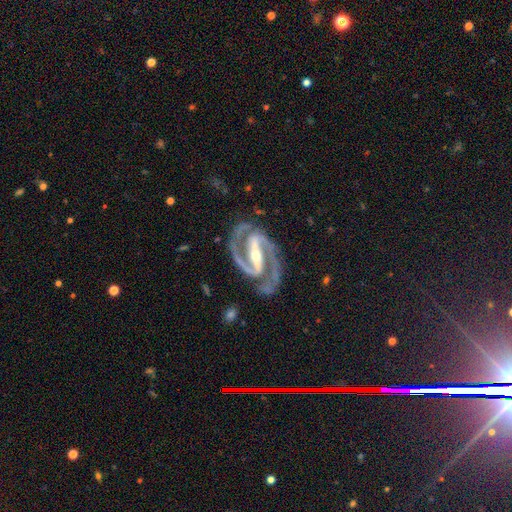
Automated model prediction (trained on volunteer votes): Smooth or featured: featured or disk — 95% (star or artifact — 3%)
Edge-on disk: no — 97% (yes — 3%)
Bar: strong — 81% (weak — 13%)
Spiral arms: yes — 99% (no — 1%)
Spiral winding: medium — 55% (tight — 37%)
Spiral arm count: 2 — 94% (3 — 1%)
Bulge size: small — 53% (moderate — 43%)
Merging: none — 83% (minor disturbance — 12%)